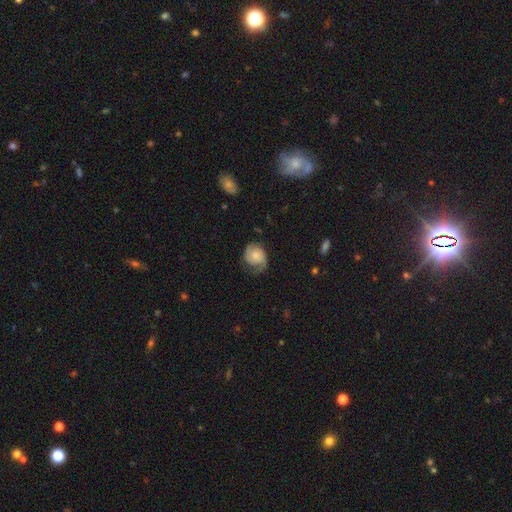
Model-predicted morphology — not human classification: type=featured or disk (48%); merging=none (47%).